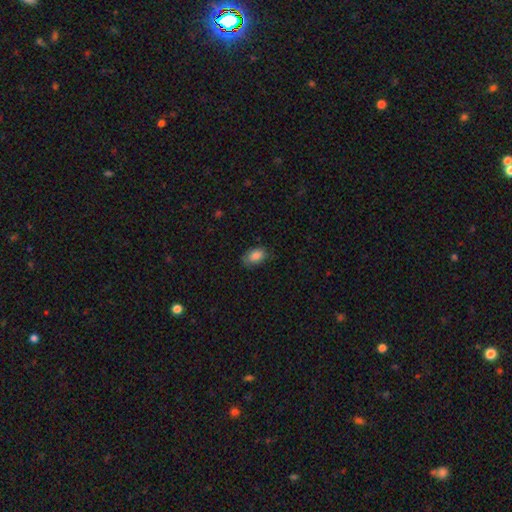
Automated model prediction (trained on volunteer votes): Smooth or featured?
  - smooth: 85% *
  - star or artifact: 8%
  - featured or disk: 7%
How rounded?
  - in between: 89% *
  - round: 9%
  - cigar-shaped: 1%
Merging?
  - none: 73% *
  - minor disturbance: 21%
  - major disturbance: 5%
  - merger: 1%